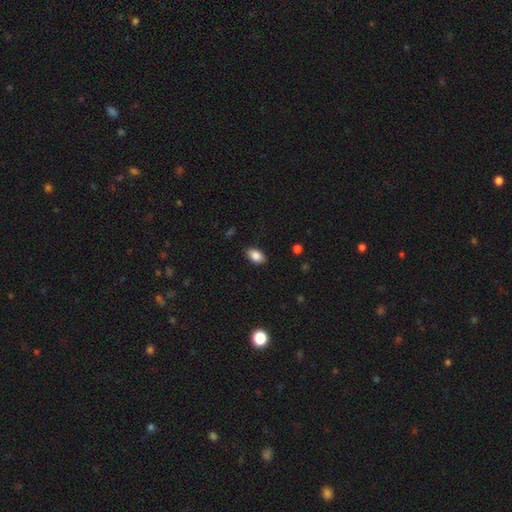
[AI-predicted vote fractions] smooth-or-featured: smooth: 86% | star or artifact: 8% | featured or disk: 6%
  how-rounded: in between: 91% | round: 7% | cigar-shaped: 2%
  merging: none: 86% | minor disturbance: 11% | major disturbance: 2% | merger: 1%